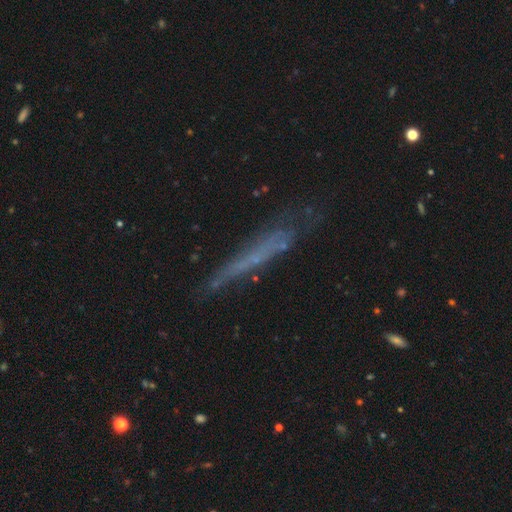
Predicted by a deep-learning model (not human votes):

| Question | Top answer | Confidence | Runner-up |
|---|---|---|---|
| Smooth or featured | featured or disk | 49% | smooth (37%) |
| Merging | none | 67% | minor disturbance (21%) |